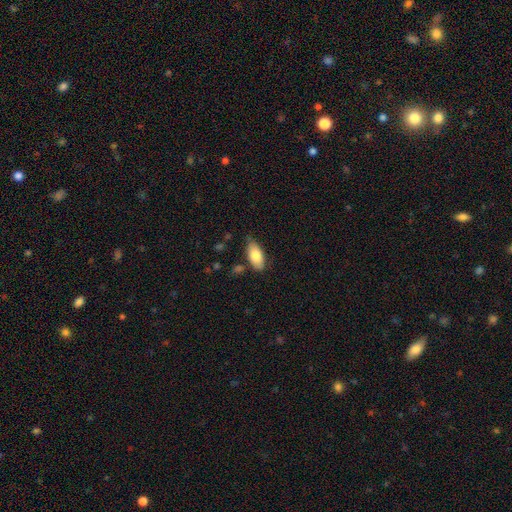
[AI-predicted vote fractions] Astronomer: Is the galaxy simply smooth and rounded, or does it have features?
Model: smooth — 80%.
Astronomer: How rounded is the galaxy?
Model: in between — 91%.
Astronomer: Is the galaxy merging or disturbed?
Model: none — 76%.